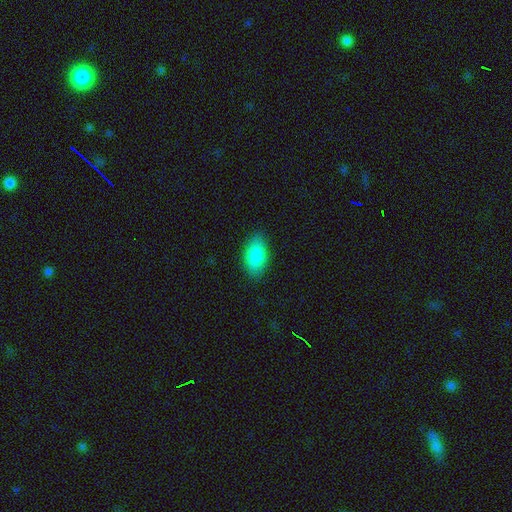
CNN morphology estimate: This appears to be a smooth galaxy with no disk features (84%) that is in between round and cigar-shaped (92%). Merging: none (86%).